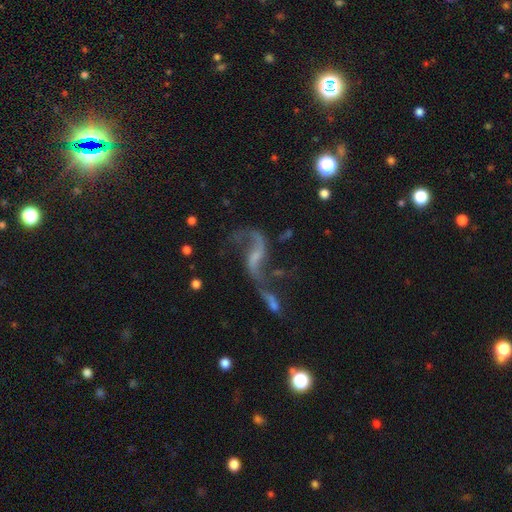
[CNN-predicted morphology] A featured or disk galaxy (85%) with a weak bar (44%), 2 (90%) loose (91%) spiral arms (92%) and no central bulge (46%).

Vote fractions:
- Smooth or featured? featured or disk: 85% / star or artifact: 9% / smooth: 7%
- Edge-on disk? no: 96% / yes: 4%
- Bar? weak: 44% / no: 35% / strong: 21%
- Spiral arms? yes: 92% / no: 8%
- Spiral winding? loose: 91% / medium: 7% / tight: 2%
- Spiral arm count? 2: 90% / 1: 5% / can't tell: 2% / 3: 1% / 4: 1% / more than 4: 1%
- Bulge size? none: 46% / small: 35% / moderate: 15% / large: 3% / dominant: 1%
- Merging? none: 39% / merger: 26% / major disturbance: 20% / minor disturbance: 15%